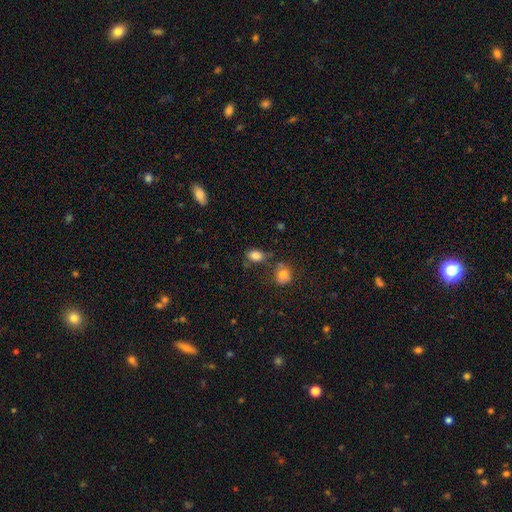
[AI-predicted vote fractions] Smooth or featured?
  - smooth: 82% *
  - star or artifact: 10%
  - featured or disk: 8%
How rounded?
  - in between: 83% *
  - round: 15%
  - cigar-shaped: 2%
Merging?
  - none: 62% *
  - minor disturbance: 20%
  - merger: 11%
  - major disturbance: 7%